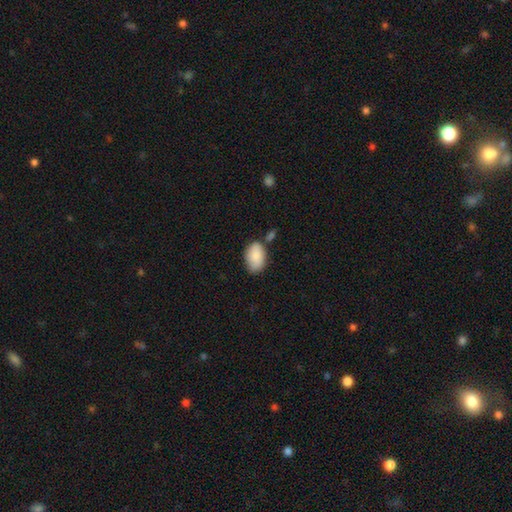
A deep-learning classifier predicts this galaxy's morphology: Smooth or featured? smooth (87%)
How rounded? in between (91%)
Merging? none (60%)